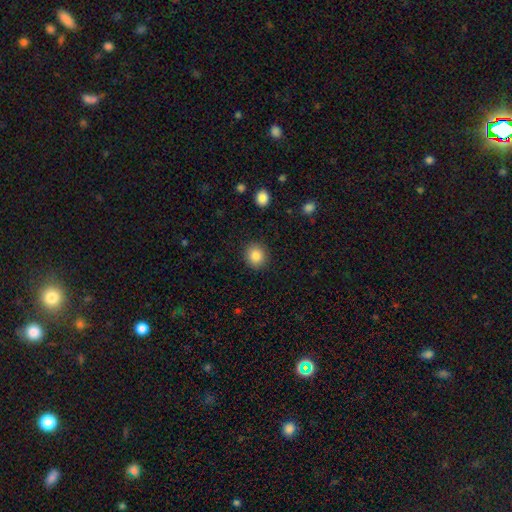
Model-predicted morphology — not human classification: smooth 85%, star or artifact 9%, featured or disk 5%. Down the decision tree: how rounded — round (84%); merging — none (90%).